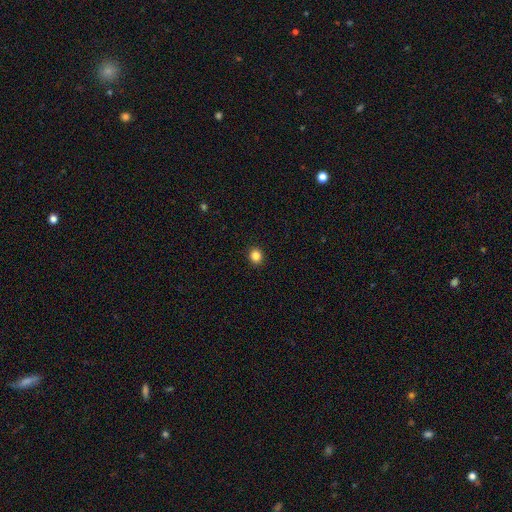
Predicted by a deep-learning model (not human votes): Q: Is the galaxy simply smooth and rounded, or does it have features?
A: smooth — 85%.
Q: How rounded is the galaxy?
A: round — 82%.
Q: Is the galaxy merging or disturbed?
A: none — 92%.